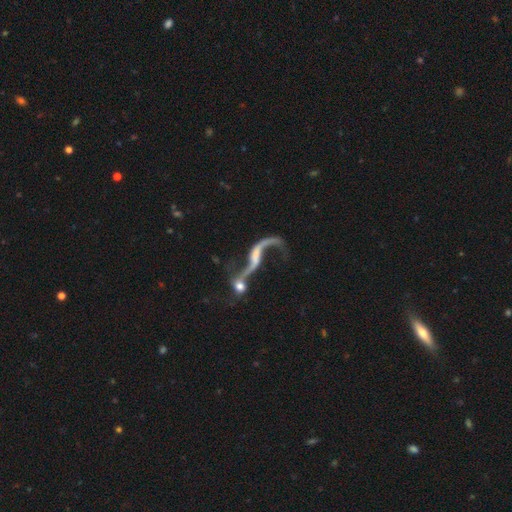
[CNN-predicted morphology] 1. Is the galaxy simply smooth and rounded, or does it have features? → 83% featured or disk, 10% smooth, 7% star or artifact.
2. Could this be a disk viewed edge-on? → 91% no, 9% yes.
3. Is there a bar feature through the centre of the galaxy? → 42% no, 35% weak, 23% strong.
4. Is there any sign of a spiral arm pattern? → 88% yes, 12% no.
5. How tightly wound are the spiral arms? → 95% loose, 4% medium, 2% tight.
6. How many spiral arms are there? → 84% 2, 11% 1, 2% can't tell, 1% 3, 1% 4, 1% more than 4.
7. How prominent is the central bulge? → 45% none, 26% small, 19% moderate, 7% large, 3% dominant.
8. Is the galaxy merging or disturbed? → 51% merger, 25% none, 15% major disturbance, 9% minor disturbance.